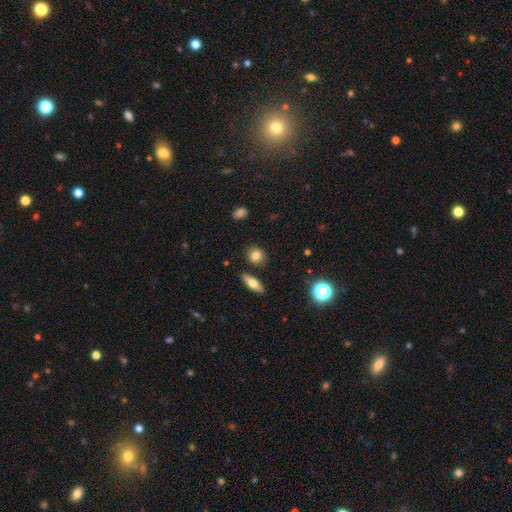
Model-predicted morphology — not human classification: smooth_or_featured: smooth (p=0.80) [alt: star or artifact p=0.10]
how_rounded: round (p=0.75) [alt: in between p=0.22]
merging: none (p=0.84) [alt: minor disturbance p=0.10]